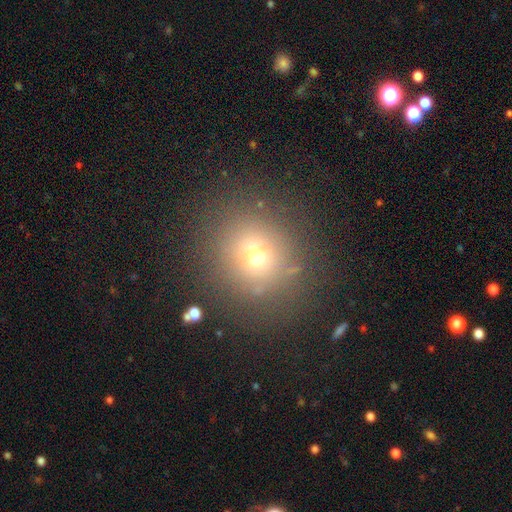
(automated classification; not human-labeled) smooth-or-featured: smooth: 64% | star or artifact: 23% | featured or disk: 14%
  how-rounded: round: 84% | in between: 15% | cigar-shaped: 1%
  merging: none: 83% | minor disturbance: 10% | major disturbance: 4% | merger: 2%